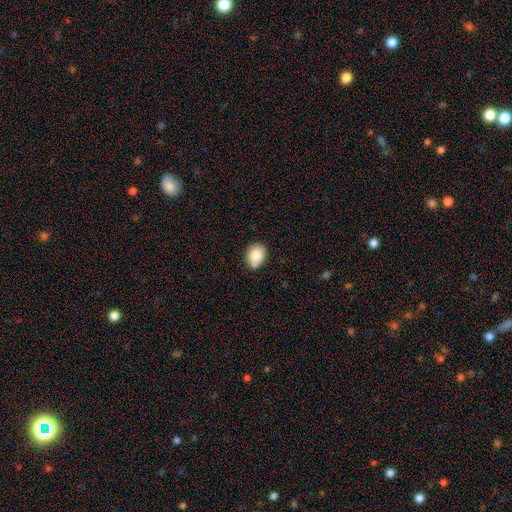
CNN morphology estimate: Smooth or featured: smooth — 85% (star or artifact — 8%)
How rounded: in between — 58% (round — 41%)
Merging: none — 66% (minor disturbance — 23%)